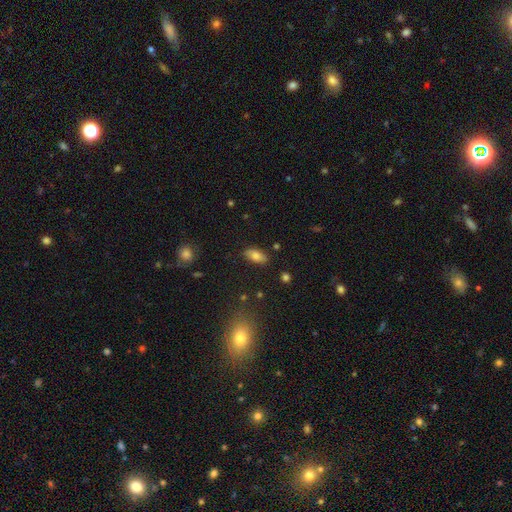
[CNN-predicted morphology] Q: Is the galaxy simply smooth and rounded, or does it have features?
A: smooth — 78%.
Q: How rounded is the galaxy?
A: in between — 88%.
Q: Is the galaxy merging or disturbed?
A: none — 85%.